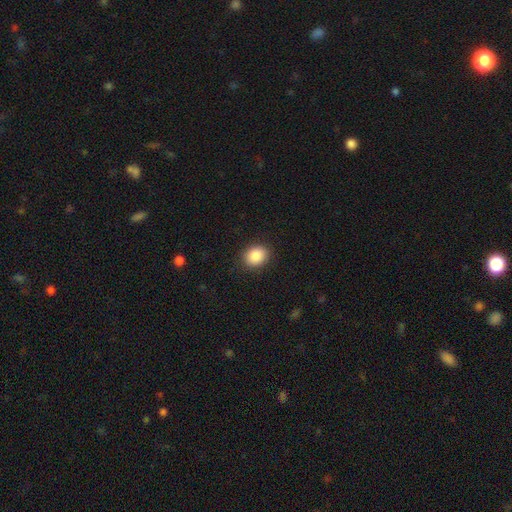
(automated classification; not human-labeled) Smooth or featured? Predicted: smooth (p=0.87). How rounded? Predicted: round (p=0.57). Merging? Predicted: none (p=0.89).